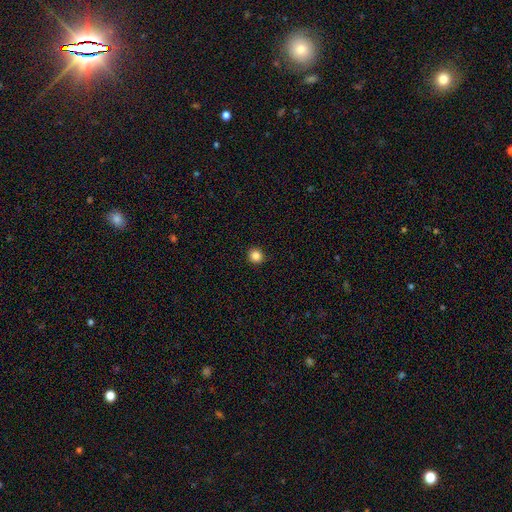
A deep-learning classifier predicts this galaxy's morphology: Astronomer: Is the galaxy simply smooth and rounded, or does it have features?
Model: smooth — 85%.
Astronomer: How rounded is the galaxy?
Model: round — 92%.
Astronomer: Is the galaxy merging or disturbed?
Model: none — 93%.